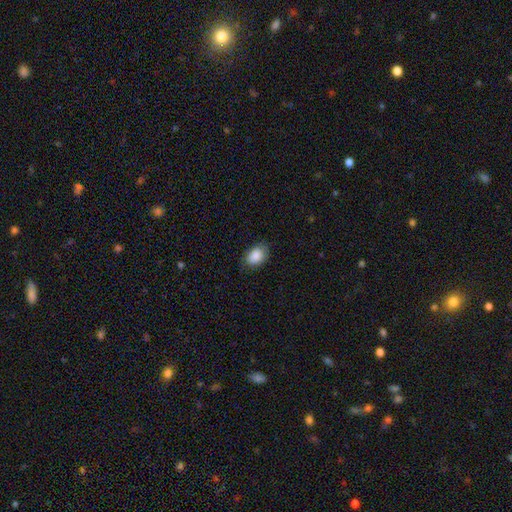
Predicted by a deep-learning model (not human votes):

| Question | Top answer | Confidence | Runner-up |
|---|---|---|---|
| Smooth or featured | smooth | 88% | star or artifact (7%) |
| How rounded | in between | 80% | round (18%) |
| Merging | none | 76% | minor disturbance (19%) |